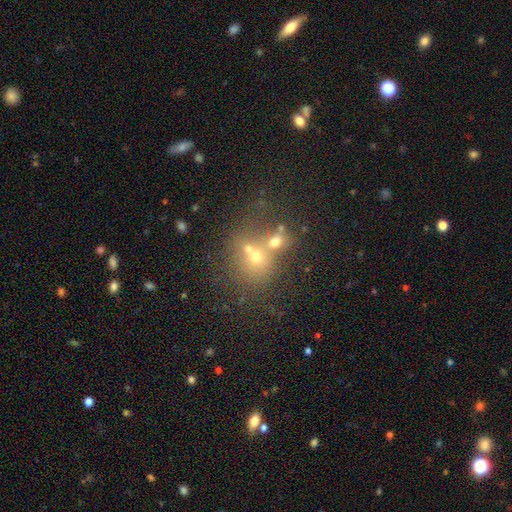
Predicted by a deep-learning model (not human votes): Morphology: type=smooth (49%); merging=merger (49%).